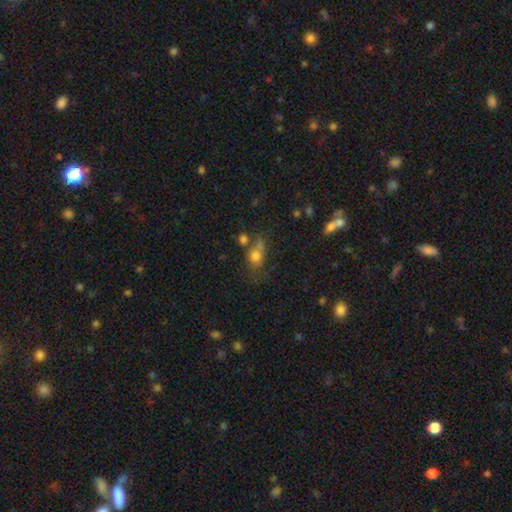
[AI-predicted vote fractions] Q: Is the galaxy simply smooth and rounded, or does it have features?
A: smooth — 72%.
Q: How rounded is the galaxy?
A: round — 53%.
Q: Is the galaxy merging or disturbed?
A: none — 38%.